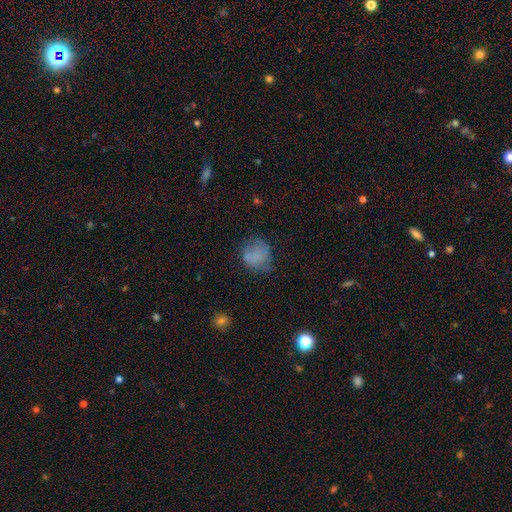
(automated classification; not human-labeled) smooth 73%, featured or disk 15%, star or artifact 12%. Down the decision tree: how rounded — round (74%); merging — none (57%).